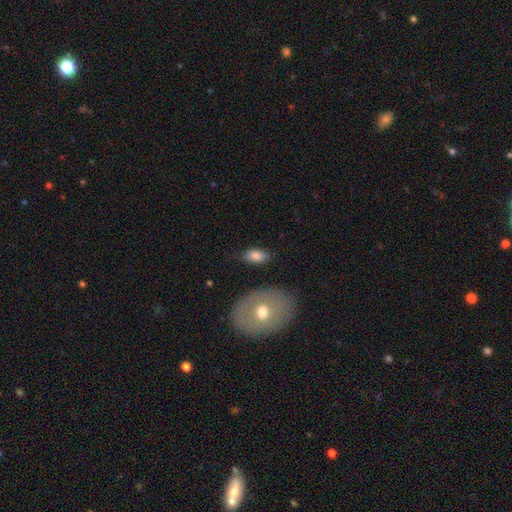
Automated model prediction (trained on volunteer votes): smooth 79%, featured or disk 14%, star or artifact 8%. Down the decision tree: how rounded — in between (90%); merging — none (80%).